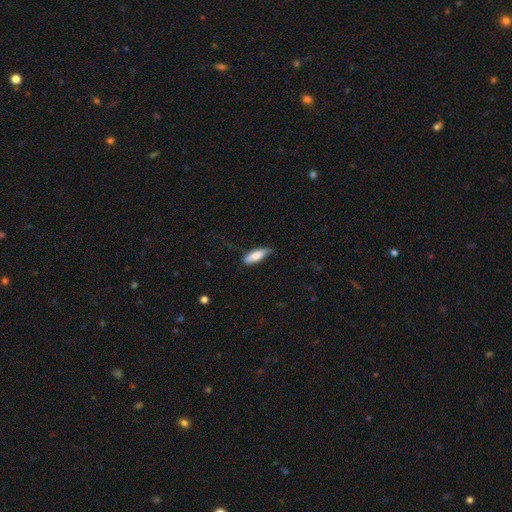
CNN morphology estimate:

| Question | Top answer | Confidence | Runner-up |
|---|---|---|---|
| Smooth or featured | smooth | 75% | featured or disk (20%) |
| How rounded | in between | 53% | cigar-shaped (45%) |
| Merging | none | 70% | minor disturbance (24%) |